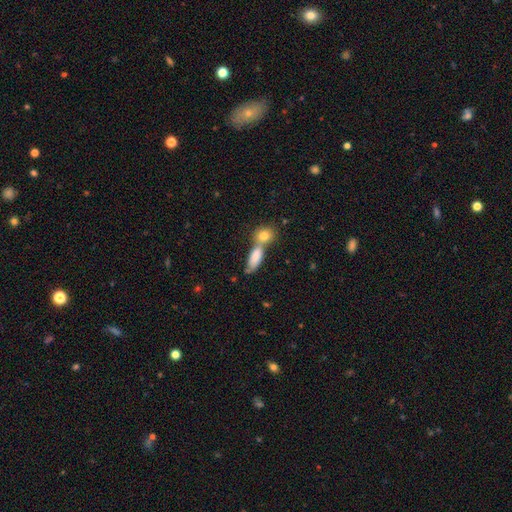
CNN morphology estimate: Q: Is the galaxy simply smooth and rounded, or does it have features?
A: smooth — 78%.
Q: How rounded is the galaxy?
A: in between — 69%.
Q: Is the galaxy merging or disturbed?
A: merger — 49%.